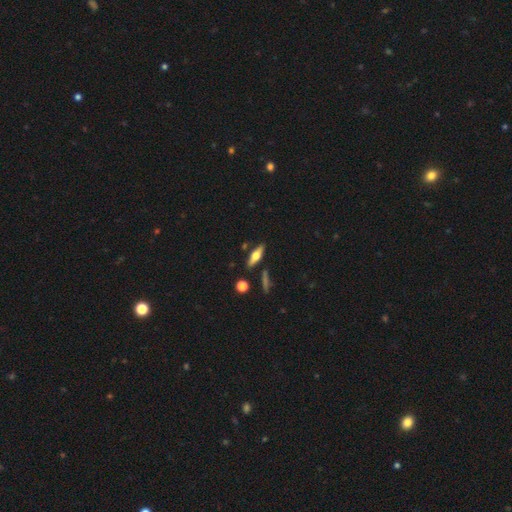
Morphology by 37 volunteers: Smooth or featured: featured or disk — 70% (smooth — 24%)
Edge-on disk: yes — 92% (no — 8%)
Edge-on bulge: rounded — 92% (boxy — 8%)
Merging: none — 89% (minor disturbance — 6%)